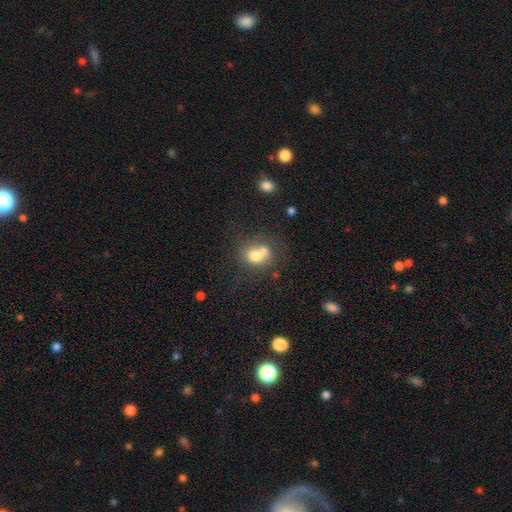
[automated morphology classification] A smooth galaxy with no disk features (69%) that is round (63%).

Vote fractions:
- Smooth or featured? smooth: 69% / featured or disk: 20% / star or artifact: 11%
- How rounded? round: 63% / in between: 36% / cigar-shaped: 1%
- Merging? merger: 53% / none: 32% / minor disturbance: 10% / major disturbance: 5%